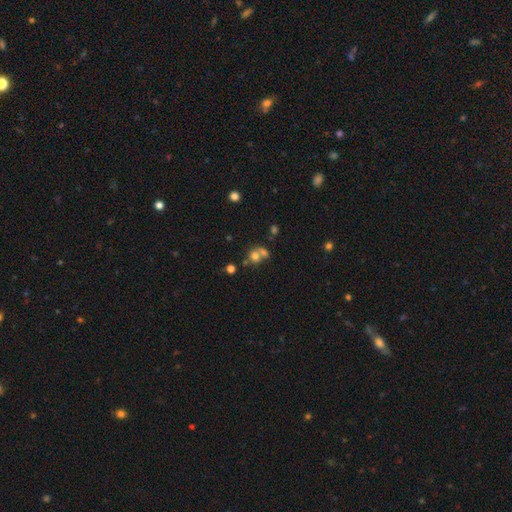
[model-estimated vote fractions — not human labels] A smooth galaxy with no disk features (69%) that is round (71%).

Vote fractions:
- Smooth or featured? smooth: 69% / featured or disk: 16% / star or artifact: 15%
- How rounded? round: 71% / in between: 28% / cigar-shaped: 1%
- Merging? merger: 53% / none: 33% / minor disturbance: 8% / major disturbance: 5%